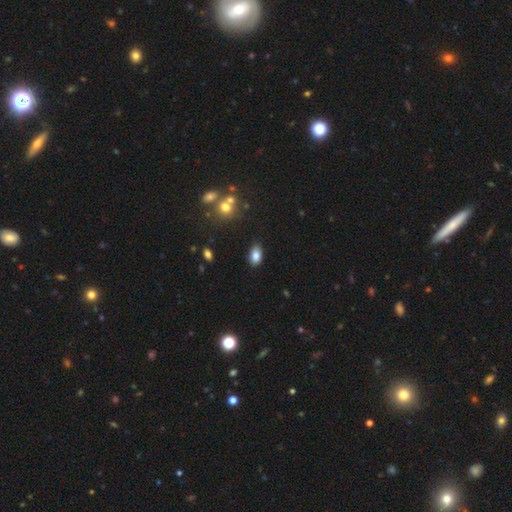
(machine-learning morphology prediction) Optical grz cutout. It shows a smooth galaxy with no disk features (83%) that is in between round and cigar-shaped (90%). Merging: none (85%).